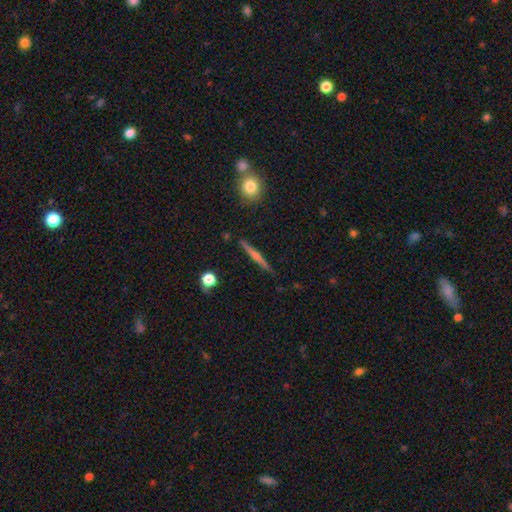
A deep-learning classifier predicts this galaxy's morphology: Q: Smooth or featured?
A: featured or disk (69%); runner-up: smooth (24%)
Q: Edge-on disk?
A: yes (98%); runner-up: no (2%)
Q: Edge-on bulge?
A: rounded (77%); runner-up: none (18%)
Q: Merging?
A: none (90%); runner-up: minor disturbance (6%)